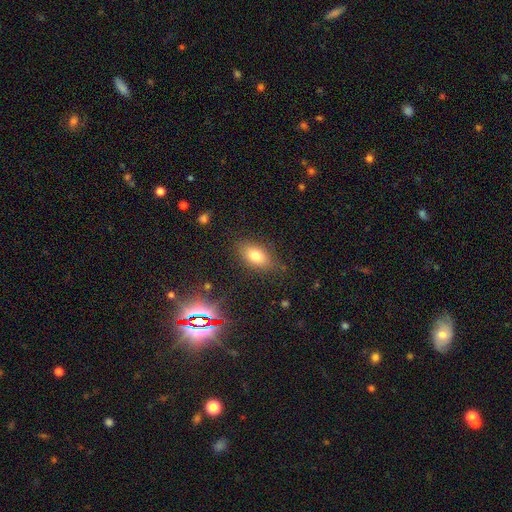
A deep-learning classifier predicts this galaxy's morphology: Q: Smooth or featured?
A: smooth (76%); runner-up: featured or disk (13%)
Q: How rounded?
A: in between (86%); runner-up: round (10%)
Q: Merging?
A: none (79%); runner-up: minor disturbance (15%)